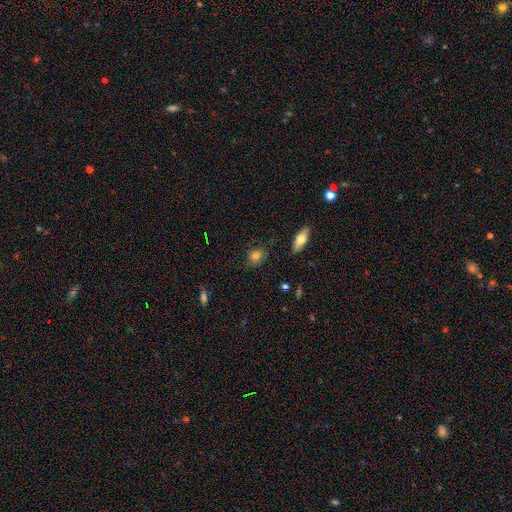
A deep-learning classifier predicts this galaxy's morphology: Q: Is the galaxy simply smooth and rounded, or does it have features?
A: smooth — 79%.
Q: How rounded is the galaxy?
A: round — 54%.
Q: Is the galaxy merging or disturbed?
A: none — 79%.